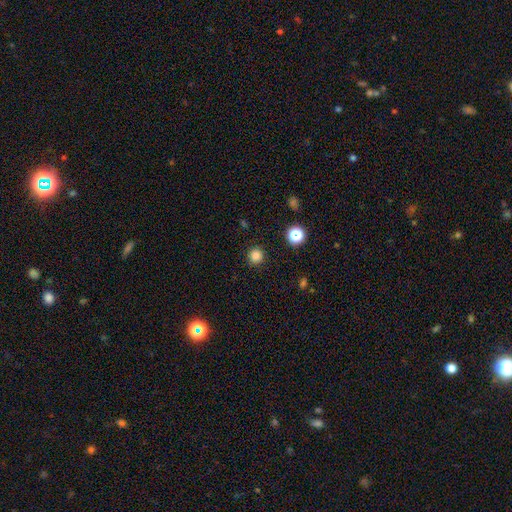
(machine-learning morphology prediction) type=smooth (82%); roundness=round (94%); merging=none (91%).